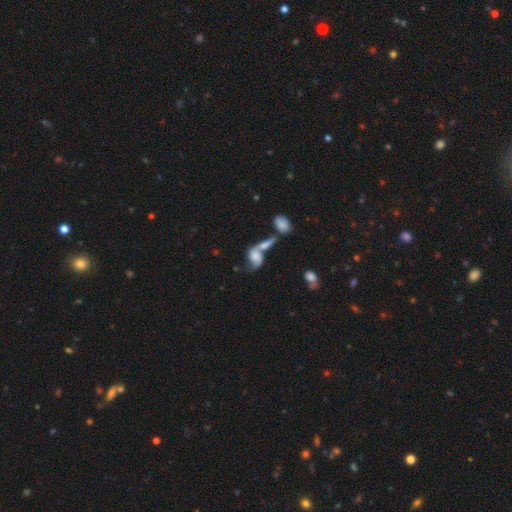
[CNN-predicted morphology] smooth-or-featured: featured or disk: 46% | smooth: 43% | star or artifact: 11%
  merging: merger: 53% | none: 21% | major disturbance: 15% | minor disturbance: 12%